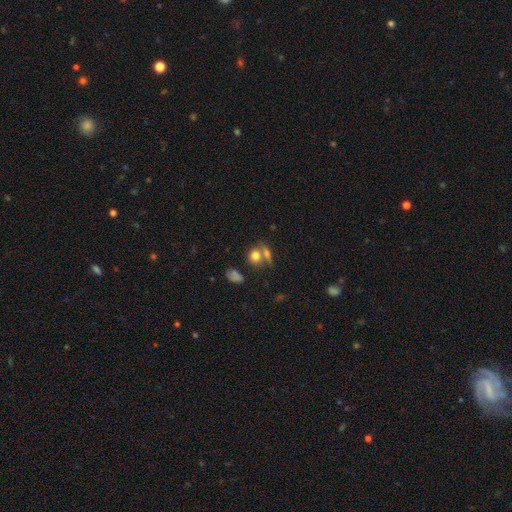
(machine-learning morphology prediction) smooth-or-featured: smooth: 75% | star or artifact: 13% | featured or disk: 12%
  how-rounded: round: 57% | in between: 39% | cigar-shaped: 4%
  merging: none: 47% | merger: 36% | minor disturbance: 11% | major disturbance: 6%